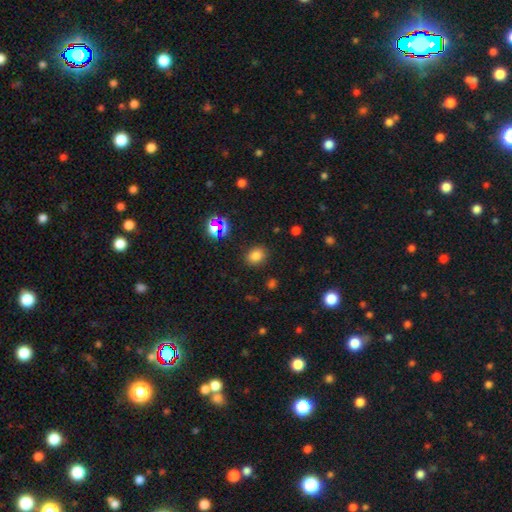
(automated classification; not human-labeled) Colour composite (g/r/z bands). It shows a smooth galaxy with no disk features (76%) that is in between round and cigar-shaped (50%). Merging: none (85%).